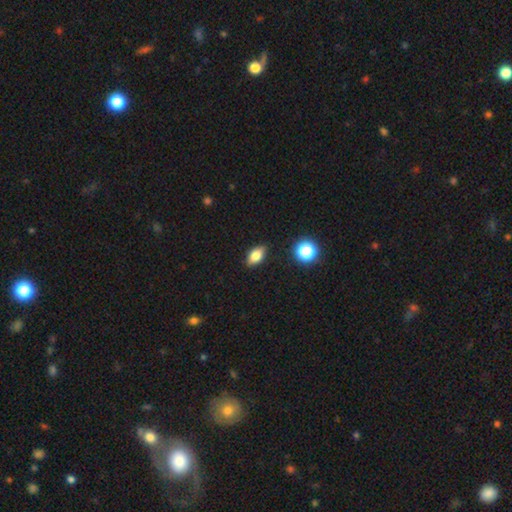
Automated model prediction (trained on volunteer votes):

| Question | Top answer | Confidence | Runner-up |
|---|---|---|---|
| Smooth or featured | smooth | 73% | featured or disk (17%) |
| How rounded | in between | 82% | round (9%) |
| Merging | none | 87% | minor disturbance (10%) |